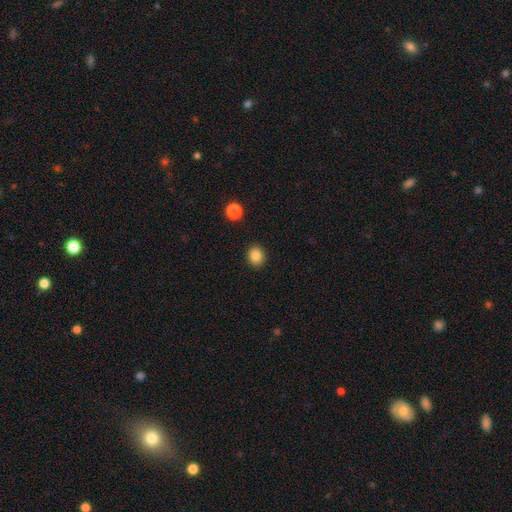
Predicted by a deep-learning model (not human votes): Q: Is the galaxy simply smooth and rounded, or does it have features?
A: smooth — 86%.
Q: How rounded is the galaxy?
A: round — 75%.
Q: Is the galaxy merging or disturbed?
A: none — 90%.